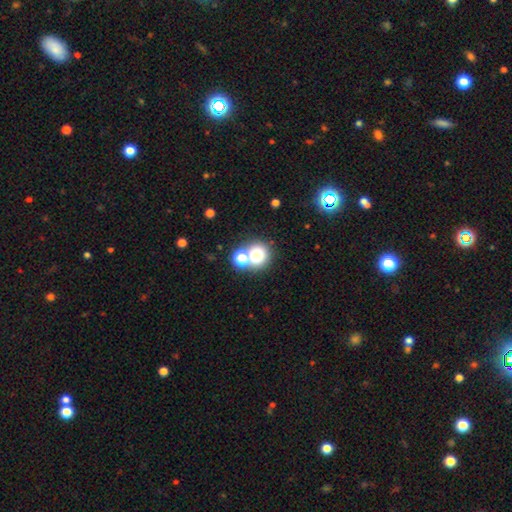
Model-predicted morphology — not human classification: smooth 72%, star or artifact 17%, featured or disk 11%. Down the decision tree: how rounded — round (83%); merging — none (51%).